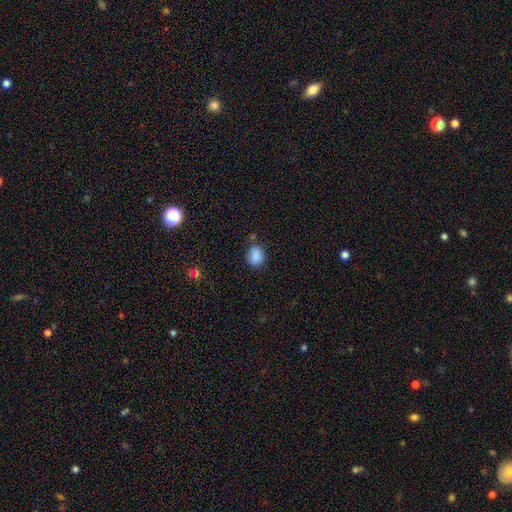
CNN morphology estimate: smooth_or_featured: smooth (p=0.87) [alt: star or artifact p=0.09]
how_rounded: round (p=0.51) [alt: in between p=0.48]
merging: none (p=0.71) [alt: minor disturbance p=0.20]